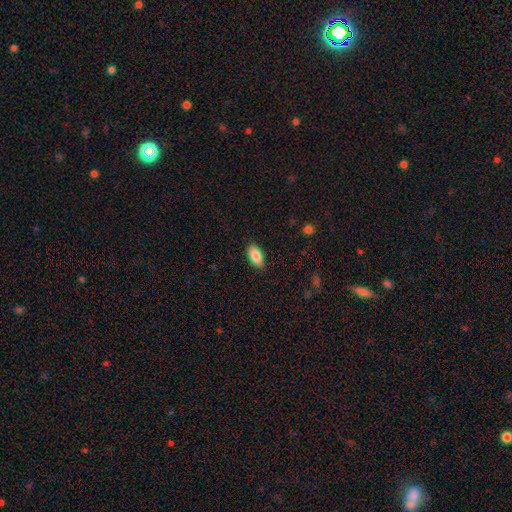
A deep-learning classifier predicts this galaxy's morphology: type=smooth (85%); roundness=in between (93%); merging=none (87%).